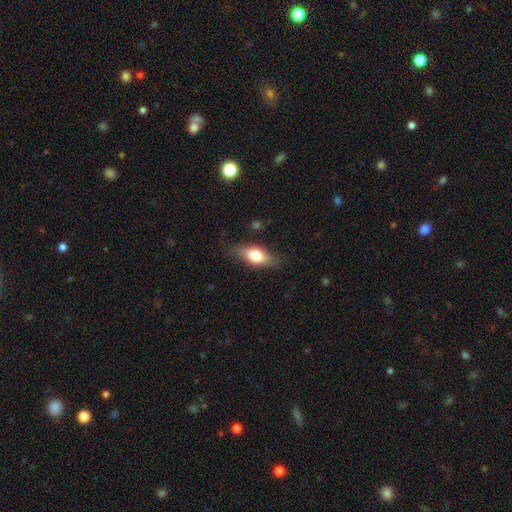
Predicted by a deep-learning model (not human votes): The model was most divided on "smooth or featured": smooth: 63%, featured or disk: 29%, star or artifact: 8%. More confident: merging — none (78%); how rounded — in between (74%).